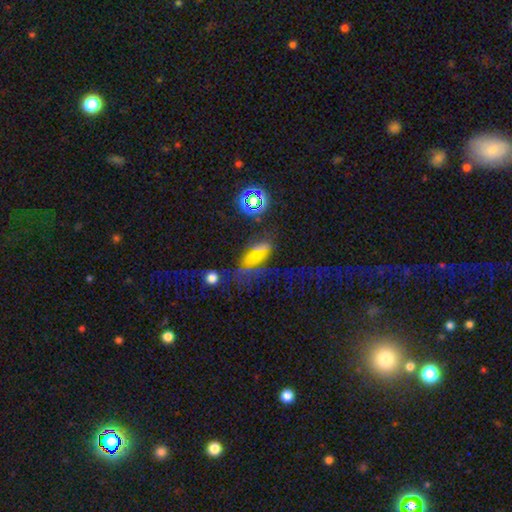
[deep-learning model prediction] Smooth or featured: smooth — 47% (star or artifact — 32%)
Merging: none — 42% (major disturbance — 26%)